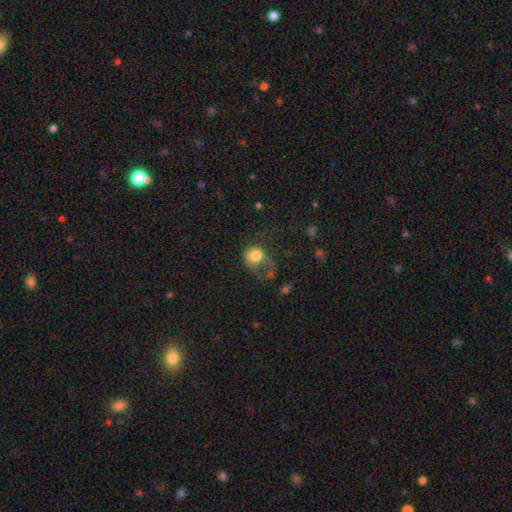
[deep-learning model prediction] Overall: smooth (78%). How rounded: round (78%). Merging: major disturbance (38%; none 33%).